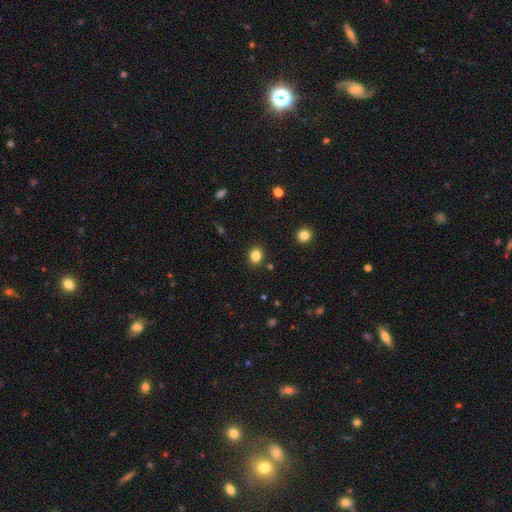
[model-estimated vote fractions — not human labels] smooth_or_featured: smooth (p=0.83) [alt: star or artifact p=0.12]
how_rounded: round (p=0.69) [alt: in between p=0.30]
merging: none (p=0.89) [alt: minor disturbance p=0.07]